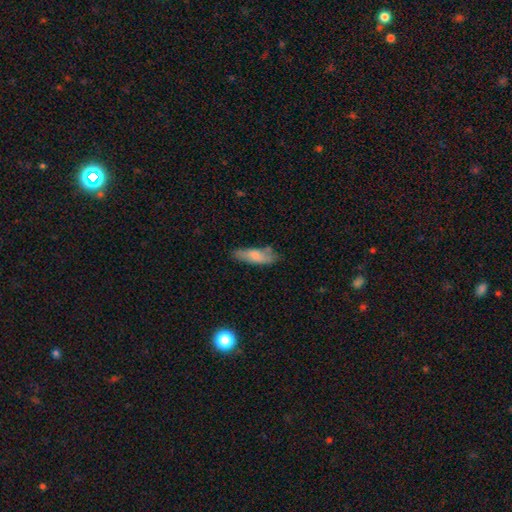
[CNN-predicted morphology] smooth-or-featured: smooth: 75% | featured or disk: 19% | star or artifact: 6%
  how-rounded: in between: 52% | cigar-shaped: 46% | round: 2%
  merging: none: 66% | minor disturbance: 24% | major disturbance: 5% | merger: 5%